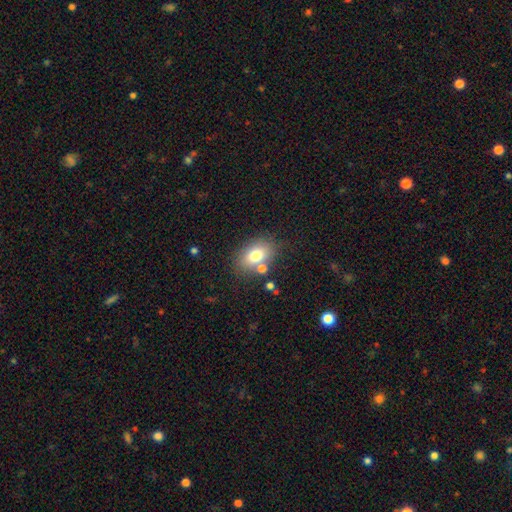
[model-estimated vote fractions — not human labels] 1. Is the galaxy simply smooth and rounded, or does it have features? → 75% smooth, 15% featured or disk, 11% star or artifact.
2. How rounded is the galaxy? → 76% in between, 23% round, 1% cigar-shaped.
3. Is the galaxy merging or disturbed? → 70% none, 13% minor disturbance, 12% merger, 4% major disturbance.